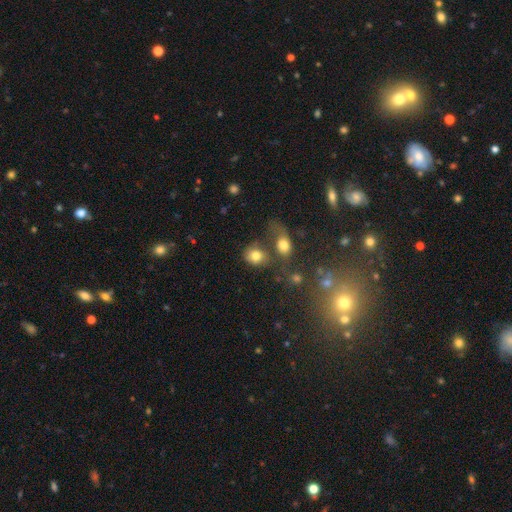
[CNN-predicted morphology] Overall: smooth (77%). How rounded: round (56%; in between 42%). Merging: none (42%; merger 29%).